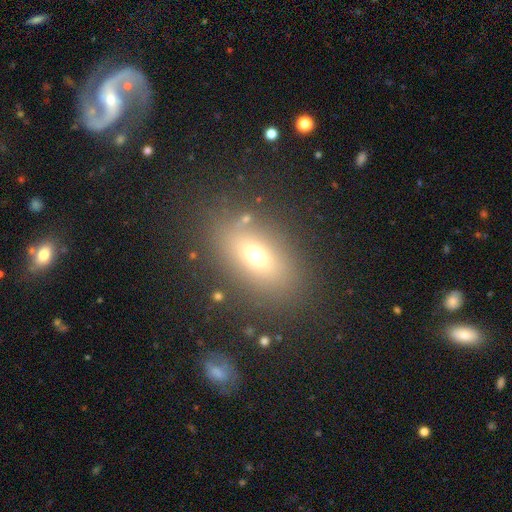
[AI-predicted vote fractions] A smooth galaxy with no disk features (66%) that is in between round and cigar-shaped (75%). Merging: none (82%).